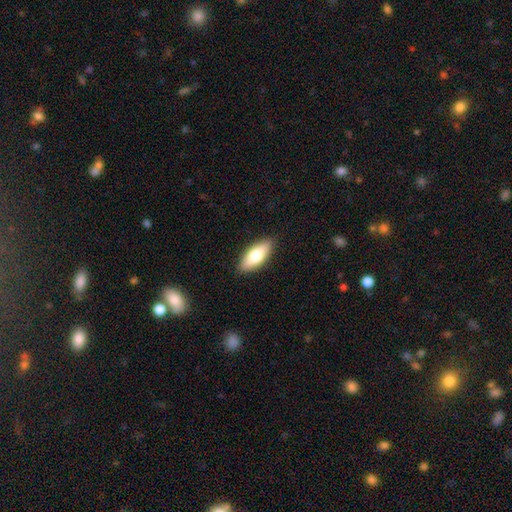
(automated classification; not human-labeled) This is likely a smooth galaxy (75%). How rounded: clearly in between (80%). Merging: clearly none (88%).